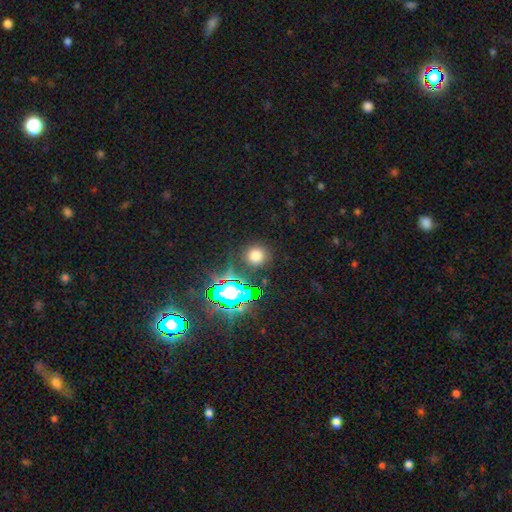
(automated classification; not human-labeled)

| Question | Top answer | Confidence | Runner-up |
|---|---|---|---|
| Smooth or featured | smooth | 64% | star or artifact (29%) |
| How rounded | round | 89% | in between (10%) |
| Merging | none | 85% | minor disturbance (8%) |